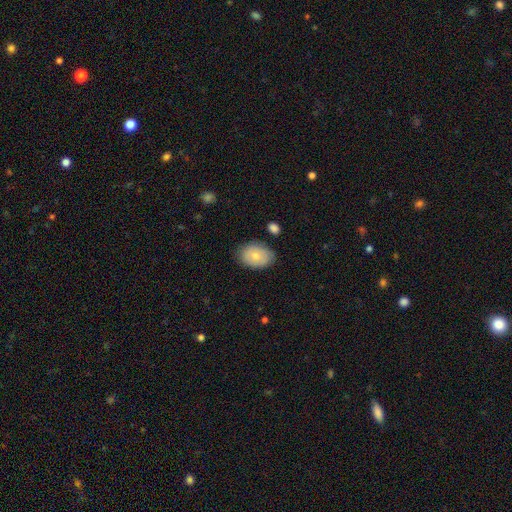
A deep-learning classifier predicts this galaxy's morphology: type=smooth (71%); roundness=in between (80%); merging=none (79%).